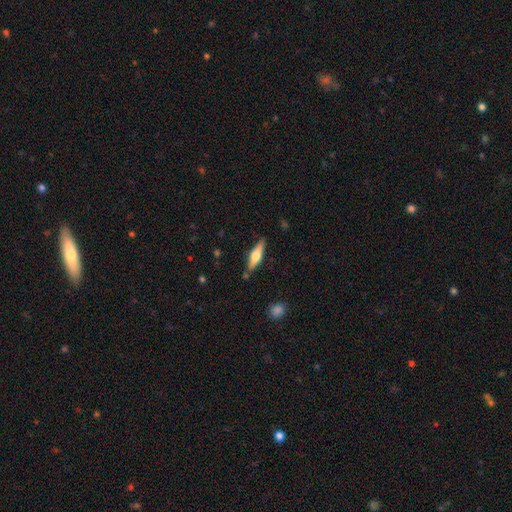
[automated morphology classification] smooth_or_featured: featured or disk (p=0.48) [alt: smooth p=0.46]
merging: none (p=0.81) [alt: minor disturbance p=0.13]